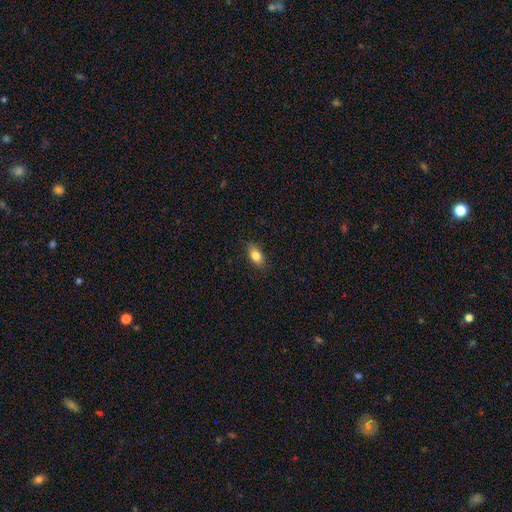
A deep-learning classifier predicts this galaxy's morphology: Q: Smooth or featured?
A: smooth (81%); runner-up: featured or disk (10%)
Q: How rounded?
A: in between (85%); runner-up: round (9%)
Q: Merging?
A: none (84%); runner-up: minor disturbance (13%)